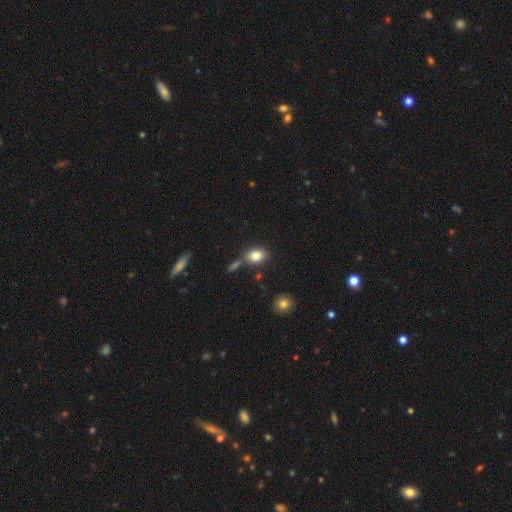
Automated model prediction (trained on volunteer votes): Smooth or featured? smooth (82%)
How rounded? in between (66%)
Merging? none (68%)